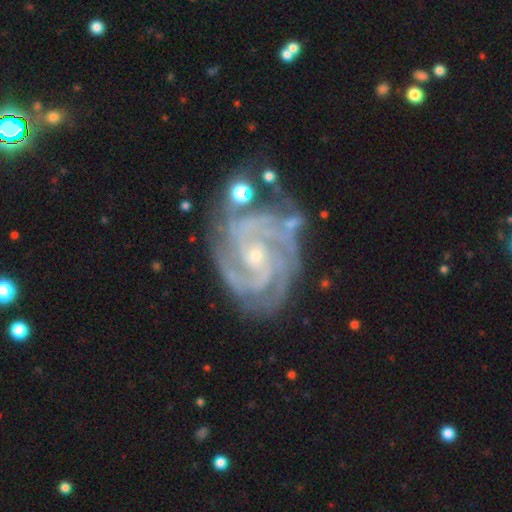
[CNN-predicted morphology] featured or disk 92%, star or artifact 5%, smooth 3%. Down the decision tree: edge-on disk — no (98%); bar — no (60%); spiral arms — yes (98%); spiral arm count — 3 (35%); spiral winding — tight (68%); bulge size — small (75%); merging — none (63%).